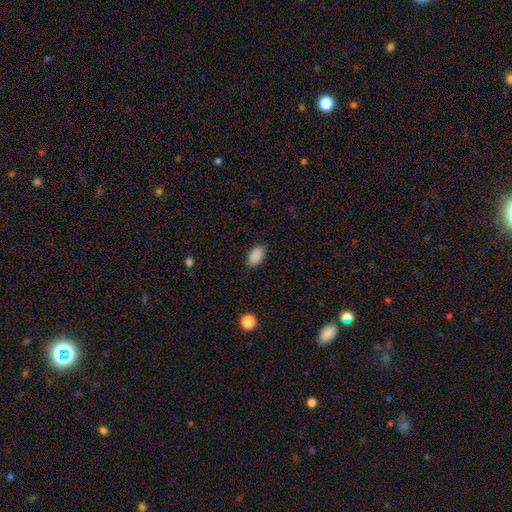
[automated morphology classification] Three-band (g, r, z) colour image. It shows a smooth galaxy with no disk features (89%) that is in between round and cigar-shaped (92%). Merging: none (85%).